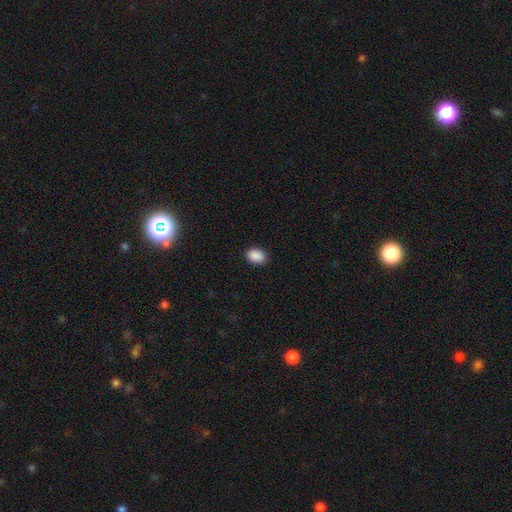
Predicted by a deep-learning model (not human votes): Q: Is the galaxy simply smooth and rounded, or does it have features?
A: smooth — 90%.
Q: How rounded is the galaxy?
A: in between — 78%.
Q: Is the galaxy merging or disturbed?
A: none — 88%.